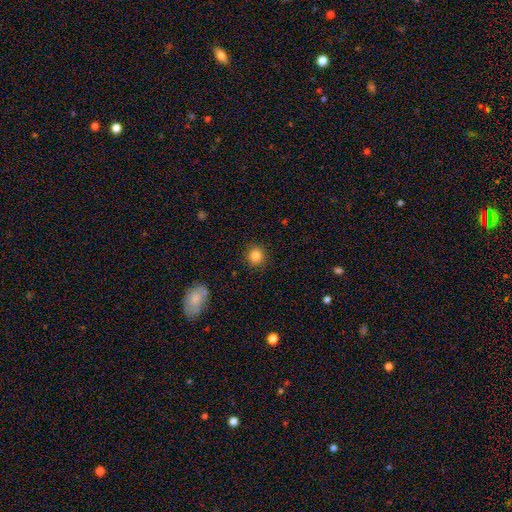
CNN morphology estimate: Smooth or featured: smooth — 84% (star or artifact — 11%)
How rounded: round — 93% (in between — 6%)
Merging: none — 91% (minor disturbance — 6%)